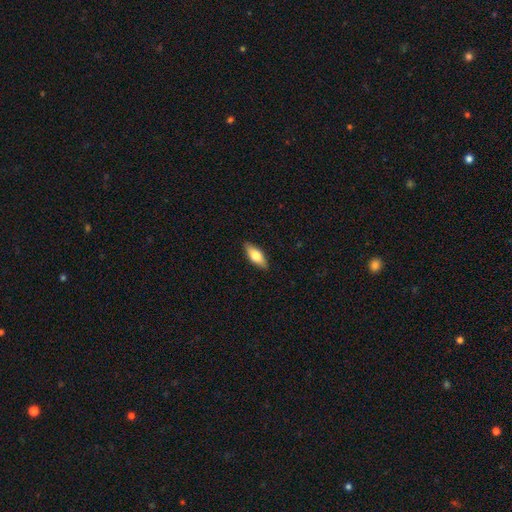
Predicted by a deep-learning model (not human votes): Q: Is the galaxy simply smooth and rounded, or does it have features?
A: smooth — 69%.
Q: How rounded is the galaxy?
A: in between — 73%.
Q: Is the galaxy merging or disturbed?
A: none — 88%.